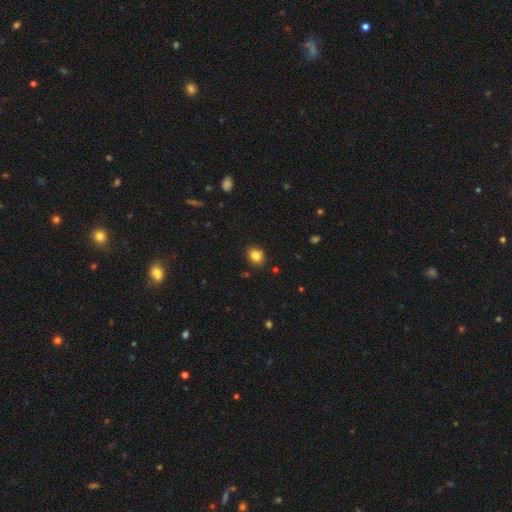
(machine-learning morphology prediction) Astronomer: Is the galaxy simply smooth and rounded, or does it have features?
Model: smooth — 83%.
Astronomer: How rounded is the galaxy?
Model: round — 58% (runner-up: in between, 41%).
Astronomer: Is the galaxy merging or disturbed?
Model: none — 88%.